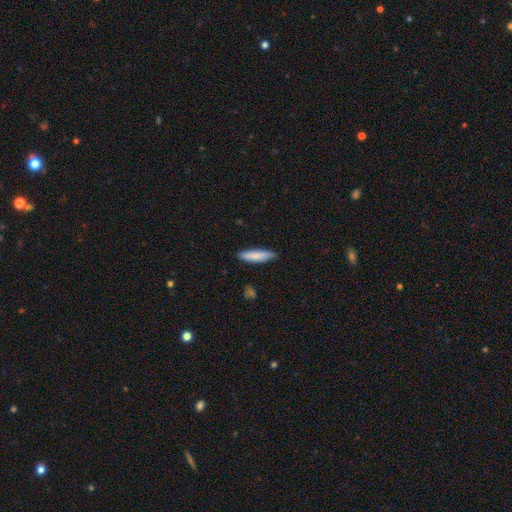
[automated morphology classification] A smooth galaxy with no disk features (82%) that is cigar-shaped (76%). Merging: none (84%).